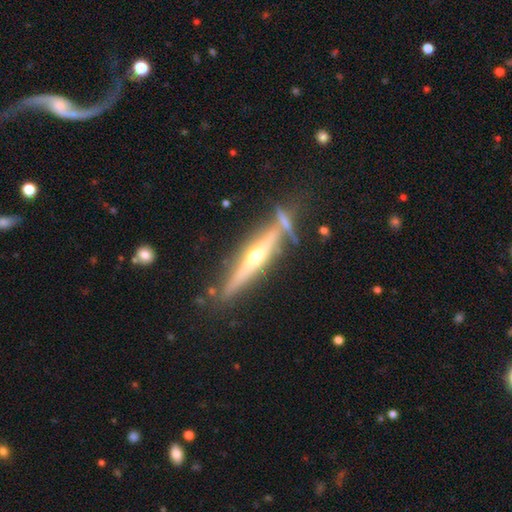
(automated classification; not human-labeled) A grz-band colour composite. It shows a featured or disk galaxy (77%) viewed edge-on (93%) with a rounded central bulge (87%). Merging: none (68%).